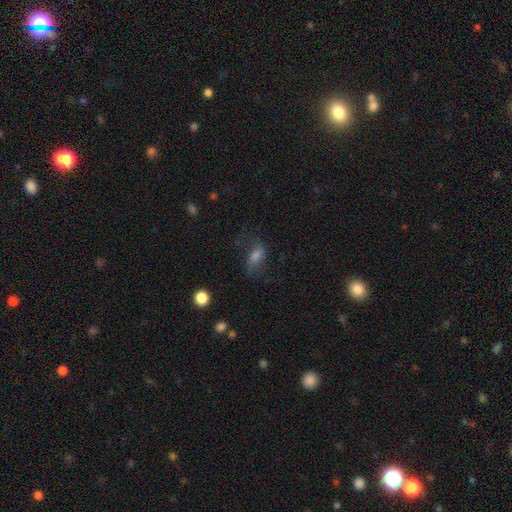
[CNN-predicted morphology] This appears to be a smooth galaxy with no disk features (55%) that is in between round and cigar-shaped (79%). Merging: none (58%).